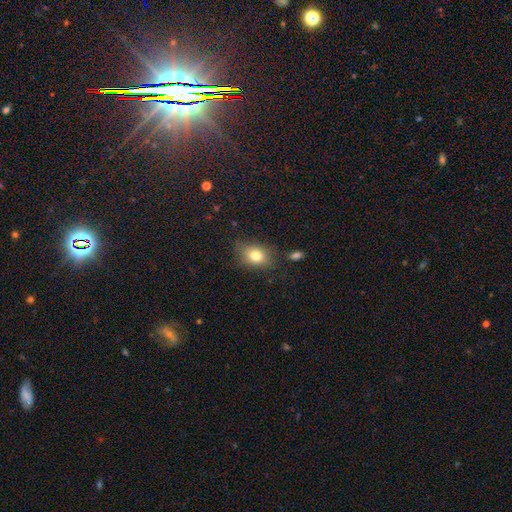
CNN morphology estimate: The model was most divided on "how rounded": in between: 63%, round: 35%, cigar-shaped: 2%. More confident: smooth or featured — smooth (78%); merging — none (72%).